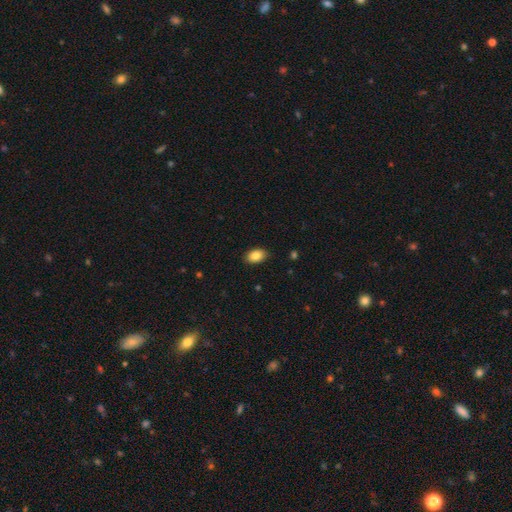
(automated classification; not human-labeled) smooth-or-featured: smooth: 86% | star or artifact: 8% | featured or disk: 7%
  how-rounded: in between: 89% | round: 10% | cigar-shaped: 1%
  merging: none: 86% | minor disturbance: 11% | major disturbance: 2% | merger: 1%